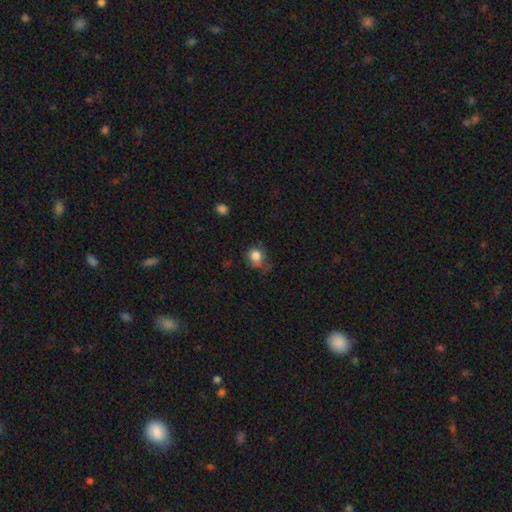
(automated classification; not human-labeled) Overall: smooth (81%). How rounded: round (75%). Merging: none (51%; minor disturbance 32%).